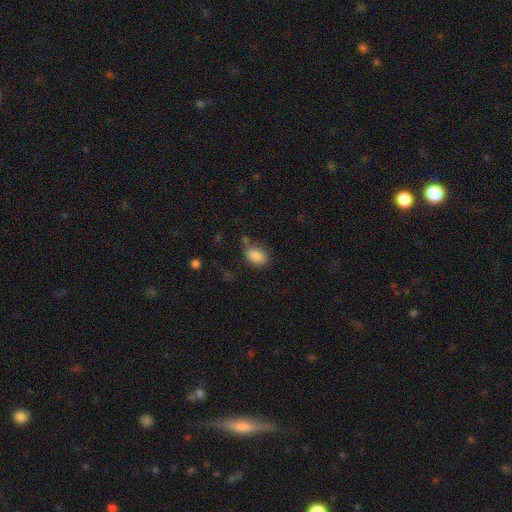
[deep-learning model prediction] smooth 86%, star or artifact 9%, featured or disk 5%. Down the decision tree: how rounded — in between (81%); merging — none (67%).